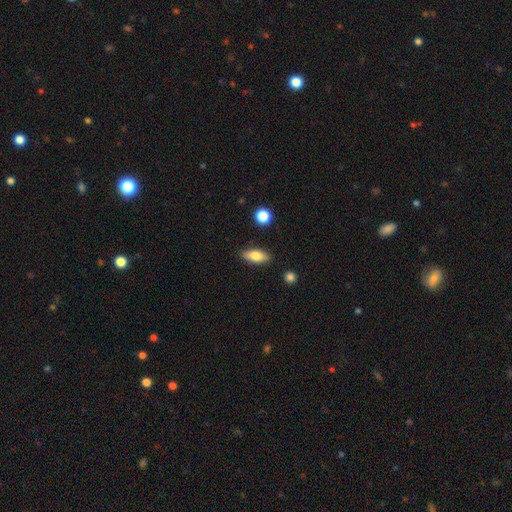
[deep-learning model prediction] Smooth or featured?
  - smooth: 76% *
  - featured or disk: 17%
  - star or artifact: 7%
How rounded?
  - in between: 79% *
  - cigar-shaped: 17%
  - round: 4%
Merging?
  - none: 86% *
  - minor disturbance: 10%
  - major disturbance: 2%
  - merger: 2%